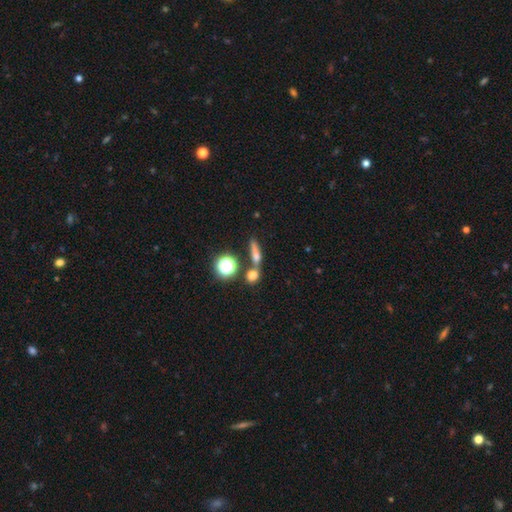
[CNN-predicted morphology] A smooth galaxy with no disk features (53%) that is cigar-shaped (47%). Merging: none (60%).